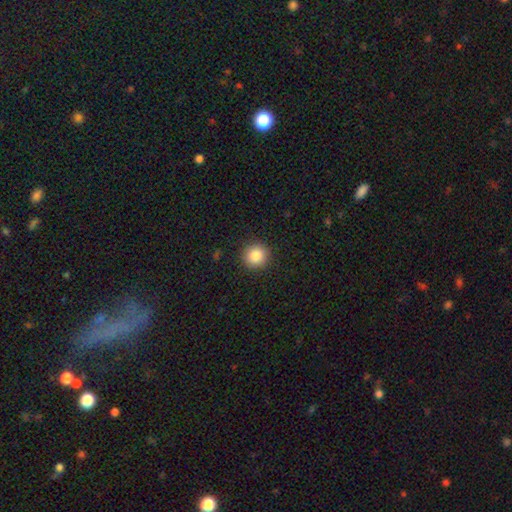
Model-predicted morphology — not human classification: Smooth or featured? smooth (86%)
How rounded? round (93%)
Merging? none (92%)